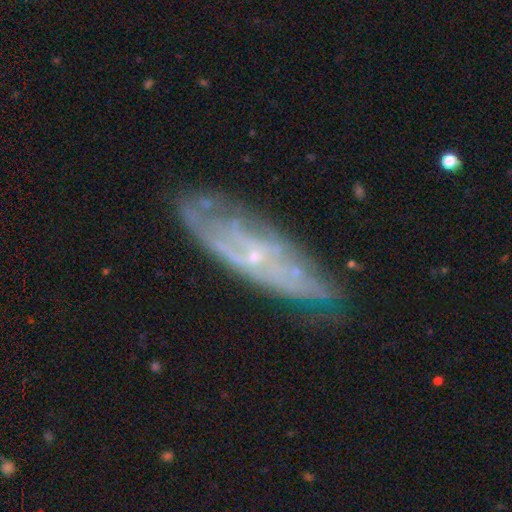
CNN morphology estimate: type=featured or disk (70%); edge-on=no (69%); merging=none (71%).